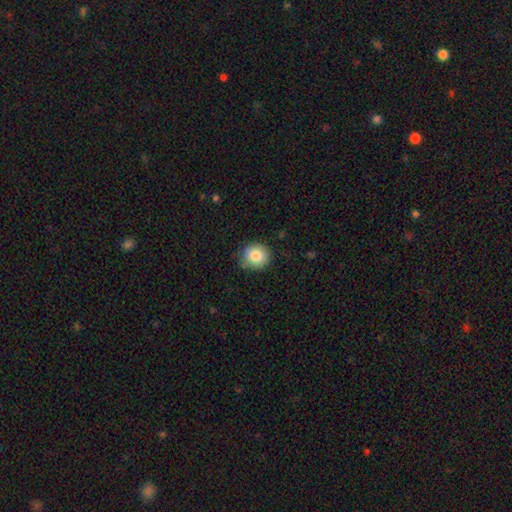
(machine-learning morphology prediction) Q: Smooth or featured?
A: smooth (84%); runner-up: star or artifact (9%)
Q: How rounded?
A: round (88%); runner-up: in between (11%)
Q: Merging?
A: none (83%); runner-up: minor disturbance (13%)